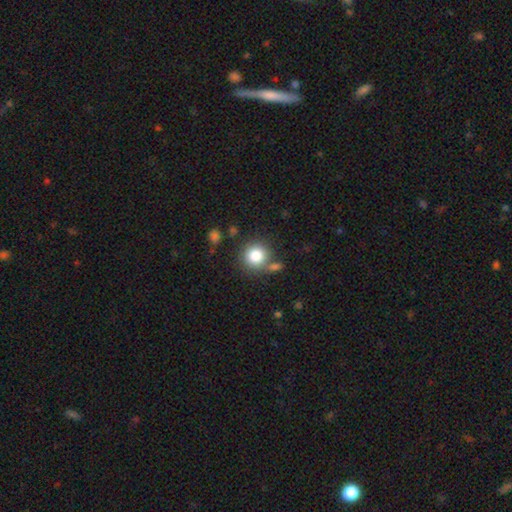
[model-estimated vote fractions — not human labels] A smooth galaxy with no disk features (82%) that is round (91%). Merging: none (70%).